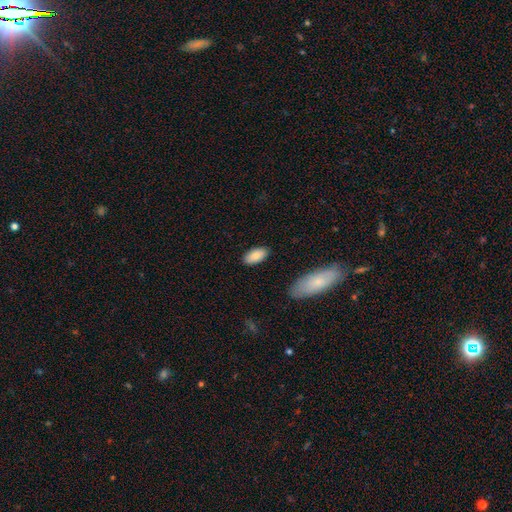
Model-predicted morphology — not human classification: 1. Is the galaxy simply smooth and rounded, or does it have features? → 85% smooth, 9% featured or disk, 7% star or artifact.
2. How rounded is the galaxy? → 93% in between, 5% cigar-shaped, 2% round.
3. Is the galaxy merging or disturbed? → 86% none, 10% minor disturbance, 2% major disturbance, 2% merger.